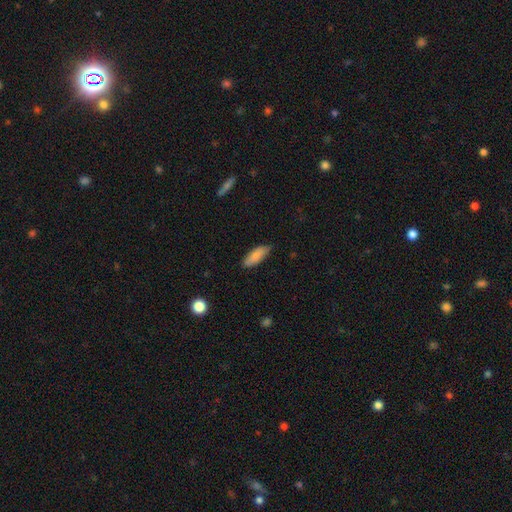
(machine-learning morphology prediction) smooth_or_featured: smooth (p=0.82) [alt: featured or disk p=0.12]
how_rounded: in between (p=0.68) [alt: cigar-shaped p=0.30]
merging: none (p=0.81) [alt: minor disturbance p=0.16]